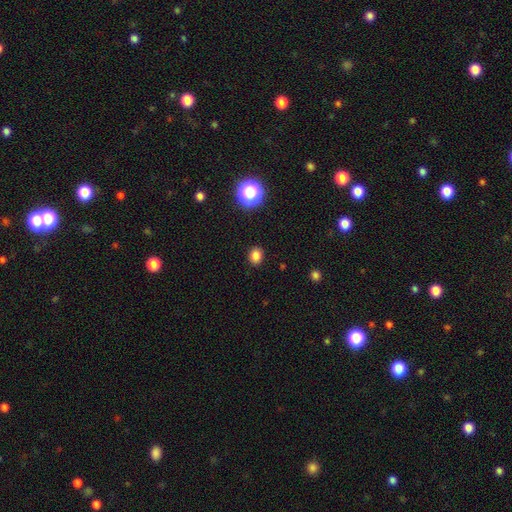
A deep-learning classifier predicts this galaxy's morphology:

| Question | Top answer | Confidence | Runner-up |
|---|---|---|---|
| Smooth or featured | smooth | 82% | star or artifact (14%) |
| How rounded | round | 60% | in between (39%) |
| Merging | none | 90% | minor disturbance (7%) |